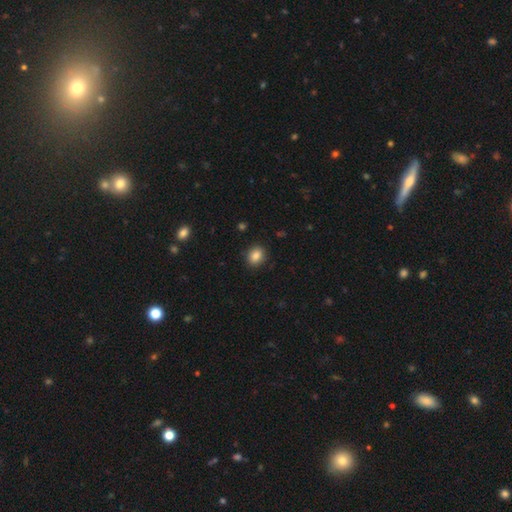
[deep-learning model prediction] This is clearly a smooth galaxy (86%). How rounded: possibly round (56%). Merging: clearly none (89%).